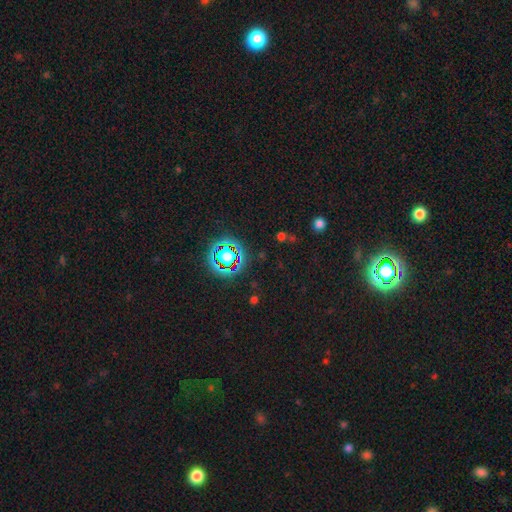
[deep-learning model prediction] The model was most divided on "smooth or featured": star or artifact: 78%, smooth: 14%, featured or disk: 9%.